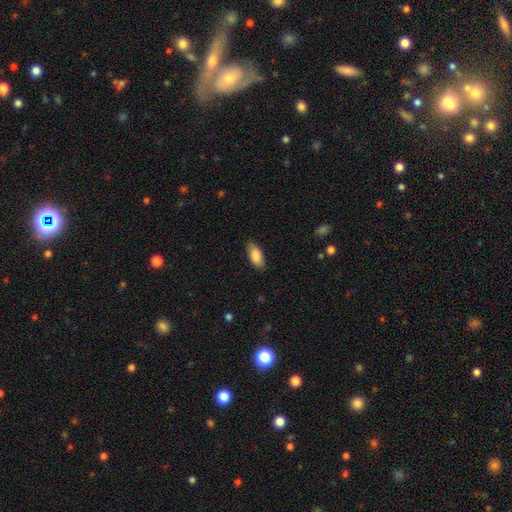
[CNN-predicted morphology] A smooth galaxy with no disk features (86%) that is in between round and cigar-shaped (88%).

Vote fractions:
- Smooth or featured? smooth: 86% / featured or disk: 8% / star or artifact: 6%
- How rounded? in between: 88% / cigar-shaped: 10% / round: 2%
- Merging? none: 83% / minor disturbance: 14% / major disturbance: 3% / merger: 1%